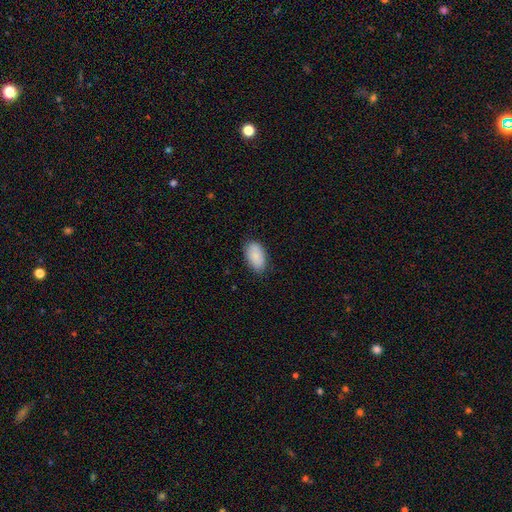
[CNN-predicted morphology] The model was most divided on "merging": none: 83%, minor disturbance: 13%, major disturbance: 3%, merger: 1%. More confident: how rounded — in between (94%); smooth or featured — smooth (87%).